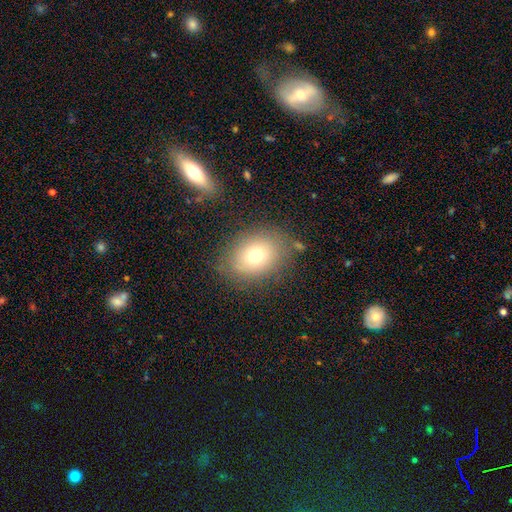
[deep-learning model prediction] A smooth galaxy with no disk features (74%) that is in between round and cigar-shaped (58%).

Vote fractions:
- Smooth or featured? smooth: 74% / featured or disk: 14% / star or artifact: 12%
- How rounded? in between: 58% / round: 41% / cigar-shaped: 1%
- Merging? none: 79% / minor disturbance: 13% / major disturbance: 5% / merger: 3%